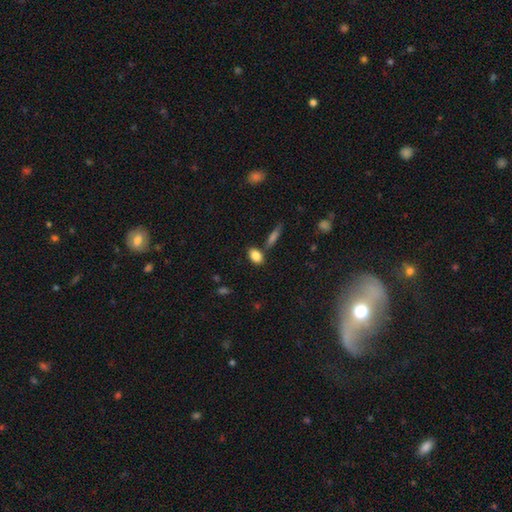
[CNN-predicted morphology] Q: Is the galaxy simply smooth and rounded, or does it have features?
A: smooth — 85%.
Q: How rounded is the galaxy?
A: in between — 84%.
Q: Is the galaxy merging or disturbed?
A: none — 73%.